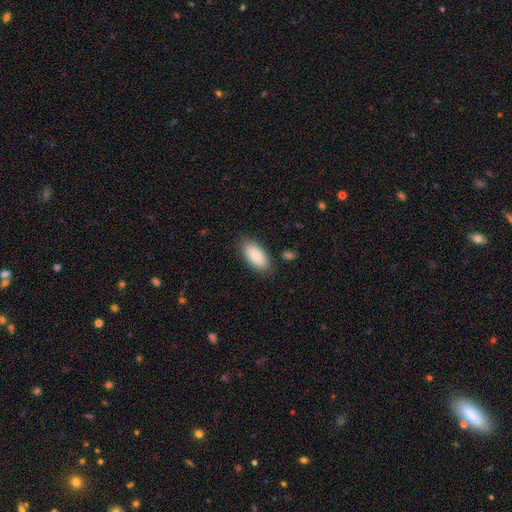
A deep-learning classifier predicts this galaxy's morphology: Smooth or featured? Predicted: smooth (p=0.87). How rounded? Predicted: in between (p=0.91). Merging? Predicted: none (p=0.84).